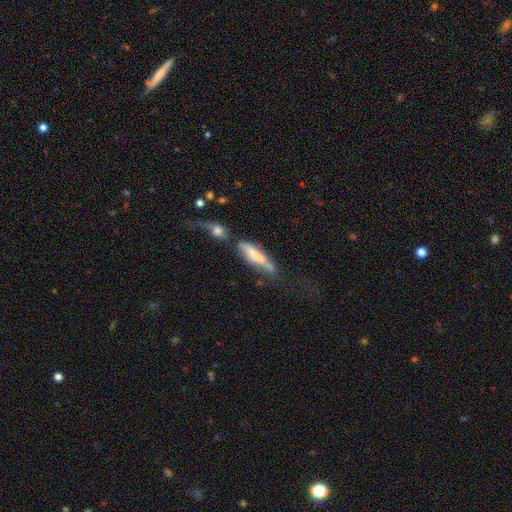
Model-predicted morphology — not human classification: type=smooth (54%); roundness=cigar-shaped (79%); merging=none (43%).